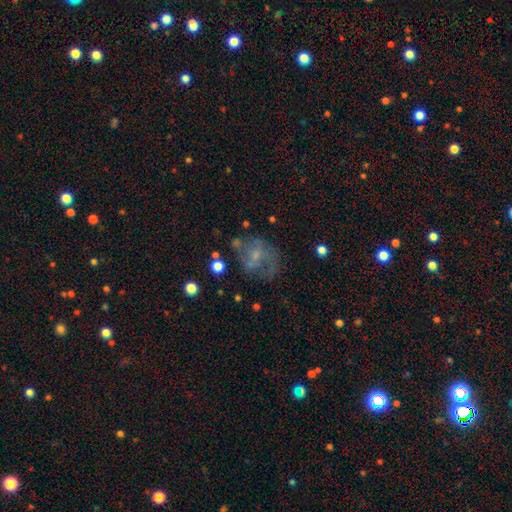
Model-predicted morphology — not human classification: This appears to be a featured or disk galaxy (54%) with no bar (57%), no spiral arms (57%) and a small central bulge (41%). Merging: none (42%).